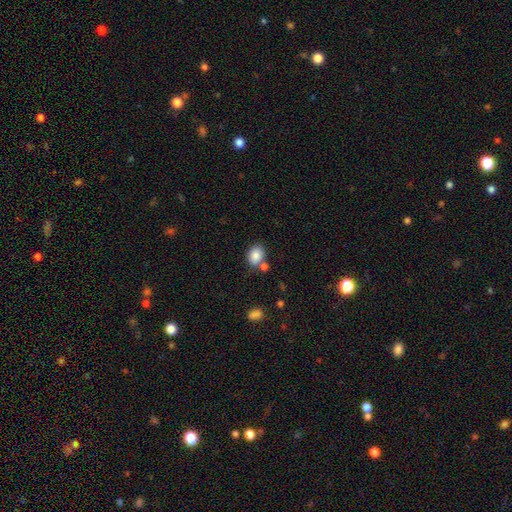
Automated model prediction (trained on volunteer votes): smooth-or-featured: smooth: 85% | star or artifact: 8% | featured or disk: 6%
  how-rounded: in between: 69% | round: 30% | cigar-shaped: 1%
  merging: none: 61% | merger: 19% | minor disturbance: 15% | major disturbance: 4%